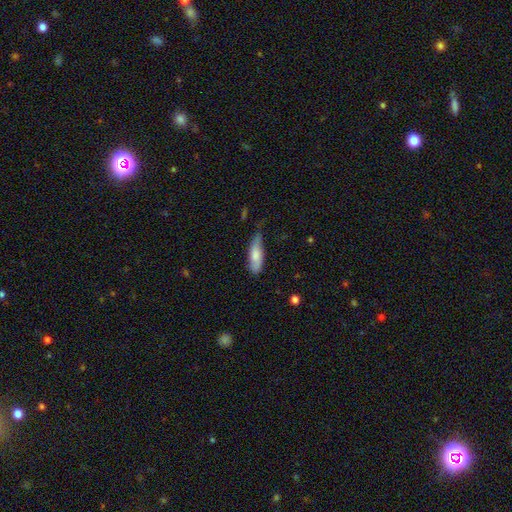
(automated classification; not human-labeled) Smooth or featured? Predicted: smooth (p=0.73). How rounded? Predicted: in between (p=0.55). Merging? Predicted: none (p=0.47).